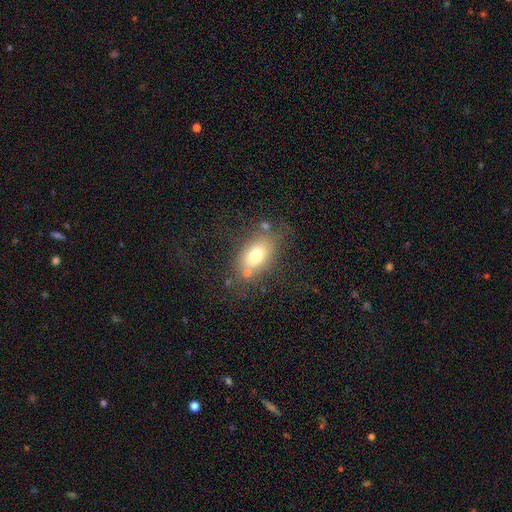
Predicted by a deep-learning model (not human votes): A smooth galaxy with no disk features (72%) that is in between round and cigar-shaped (83%). Merging: none (66%).